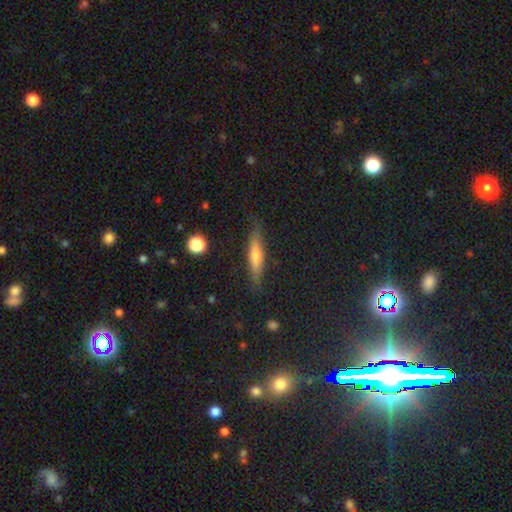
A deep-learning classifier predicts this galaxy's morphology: Smooth or featured?
  - featured or disk: 47% *
  - smooth: 42%
  - star or artifact: 11%
Merging?
  - none: 85% *
  - minor disturbance: 11%
  - major disturbance: 2%
  - merger: 1%